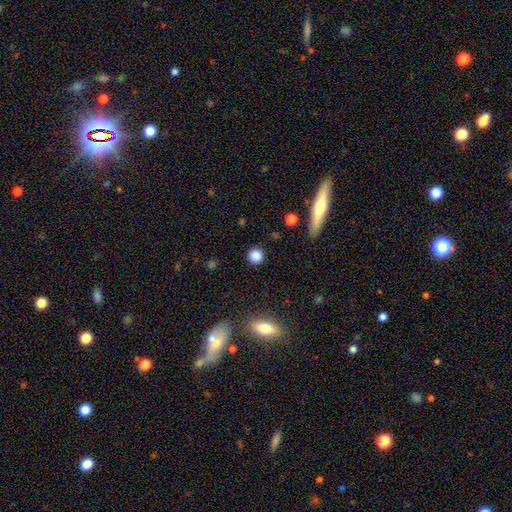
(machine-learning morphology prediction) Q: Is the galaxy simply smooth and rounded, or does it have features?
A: smooth — 85%.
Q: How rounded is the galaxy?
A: round — 93%.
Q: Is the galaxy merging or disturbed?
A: none — 90%.